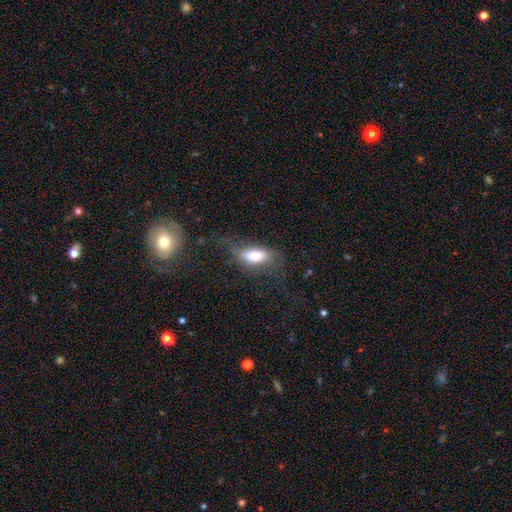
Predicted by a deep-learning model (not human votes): Smooth or featured?
  - smooth: 70% *
  - featured or disk: 21%
  - star or artifact: 8%
How rounded?
  - in between: 81% *
  - cigar-shaped: 15%
  - round: 4%
Merging?
  - none: 50% *
  - minor disturbance: 24%
  - major disturbance: 23%
  - merger: 2%